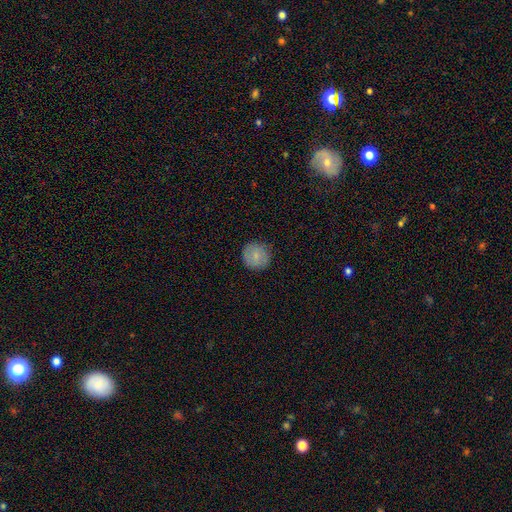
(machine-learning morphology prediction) This is clearly a smooth galaxy (81%). How rounded: clearly round (94%). Merging: clearly none (86%).